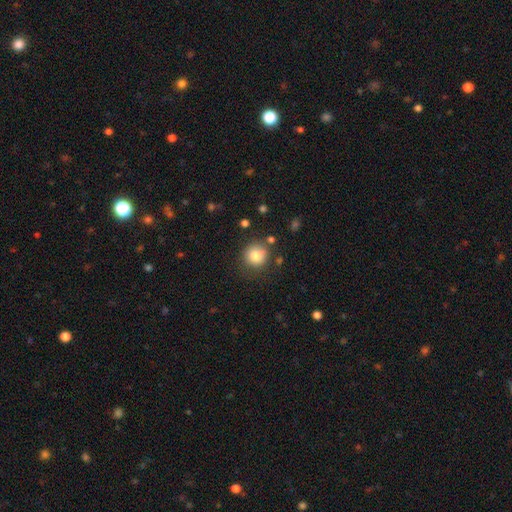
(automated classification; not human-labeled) Smooth or featured?
  - smooth: 82% *
  - star or artifact: 10%
  - featured or disk: 8%
How rounded?
  - round: 90% *
  - in between: 9%
  - cigar-shaped: 1%
Merging?
  - none: 79% *
  - minor disturbance: 13%
  - major disturbance: 4%
  - merger: 4%